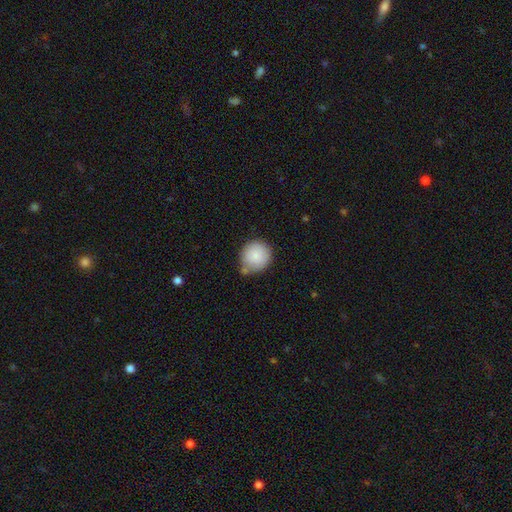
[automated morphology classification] This is clearly a smooth galaxy (85%). How rounded: clearly round (89%). Merging: likely none (60%).